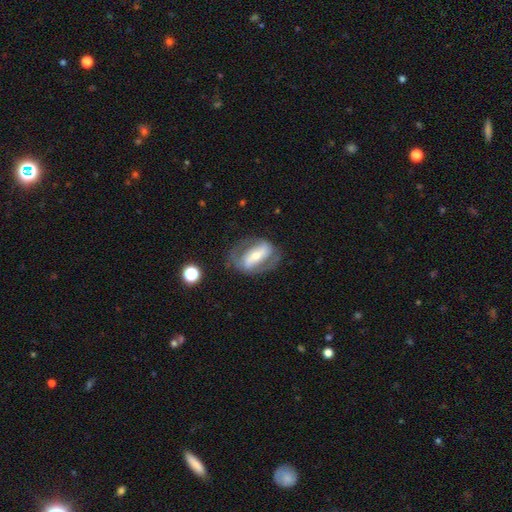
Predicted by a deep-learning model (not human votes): Q: Smooth or featured?
A: featured or disk (74%); runner-up: smooth (20%)
Q: Edge-on disk?
A: no (92%); runner-up: yes (8%)
Q: Bar?
A: strong (61%); runner-up: weak (21%)
Q: Spiral arms?
A: yes (77%); runner-up: no (23%)
Q: Spiral winding?
A: medium (45%); runner-up: tight (30%)
Q: Spiral arm count?
A: 2 (84%); runner-up: can't tell (9%)
Q: Bulge size?
A: small (46%); runner-up: moderate (44%)
Q: Merging?
A: none (68%); runner-up: minor disturbance (18%)